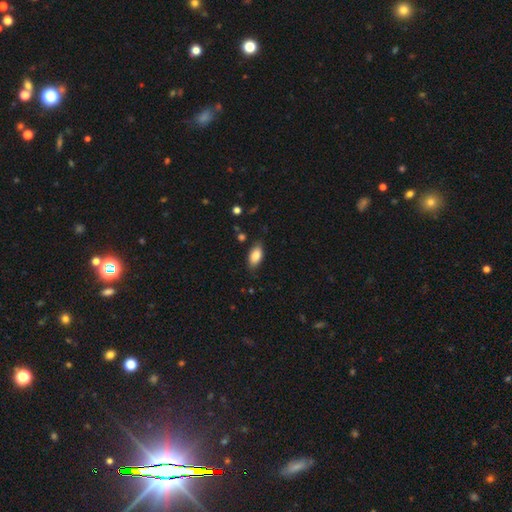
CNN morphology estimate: Overall: smooth (86%). How rounded: in between (91%). Merging: none (79%).